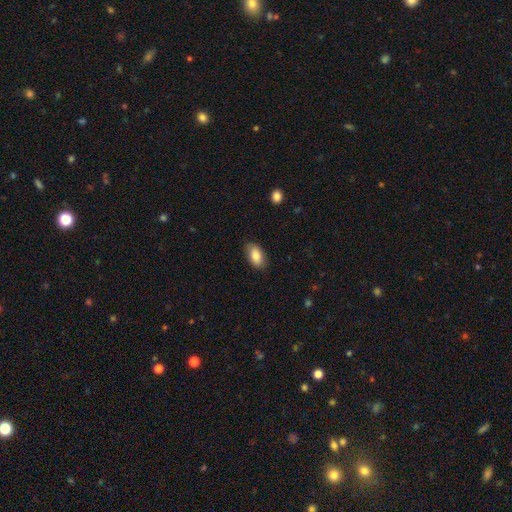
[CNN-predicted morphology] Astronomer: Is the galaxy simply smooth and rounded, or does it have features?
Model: smooth — 85%.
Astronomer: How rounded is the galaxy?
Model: in between — 93%.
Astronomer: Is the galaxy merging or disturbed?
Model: none — 85%.